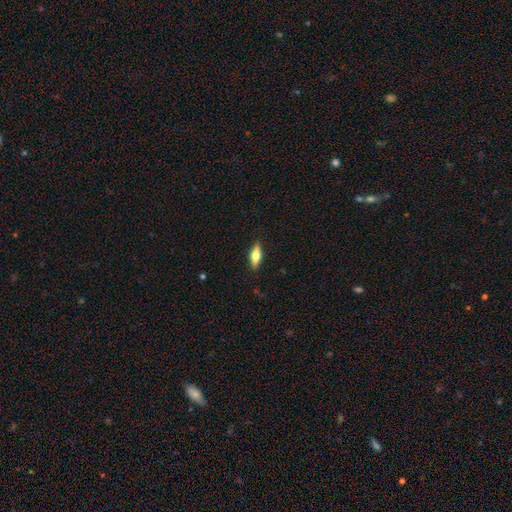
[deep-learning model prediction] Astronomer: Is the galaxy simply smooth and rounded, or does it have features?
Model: smooth — 56% (runner-up: featured or disk, 38%).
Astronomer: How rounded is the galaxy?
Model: in between — 60% (runner-up: cigar-shaped, 37%).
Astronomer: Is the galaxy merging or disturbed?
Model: none — 88%.